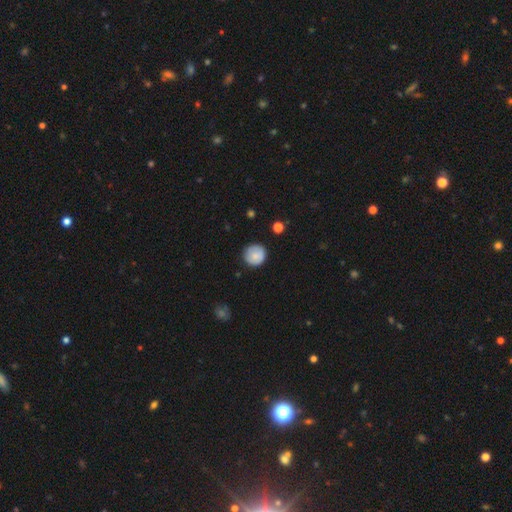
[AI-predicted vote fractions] smooth_or_featured: smooth (p=0.79) [alt: featured or disk p=0.14]
how_rounded: round (p=0.94) [alt: in between p=0.05]
merging: none (p=0.84) [alt: minor disturbance p=0.13]